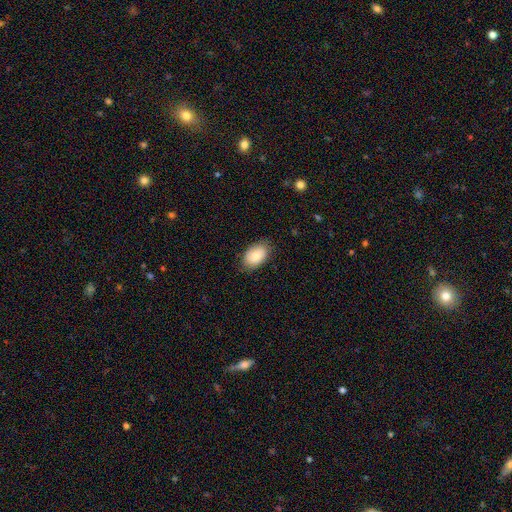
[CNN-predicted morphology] This appears to be a smooth galaxy with no disk features (82%) that is in between round and cigar-shaped (91%). Merging: none (80%).